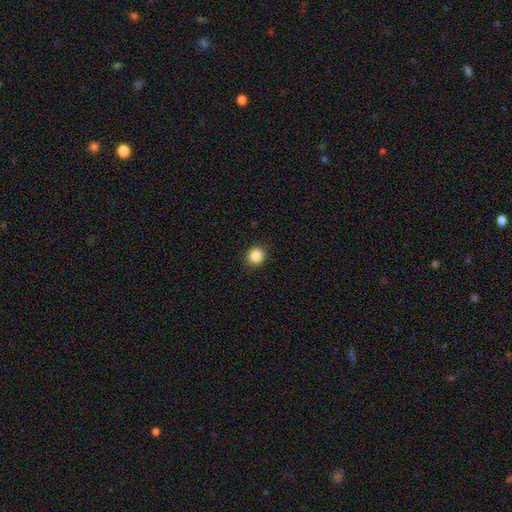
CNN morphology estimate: The model was most divided on "smooth or featured": smooth: 86%, star or artifact: 10%, featured or disk: 4%. More confident: merging — none (91%); how rounded — round (88%).